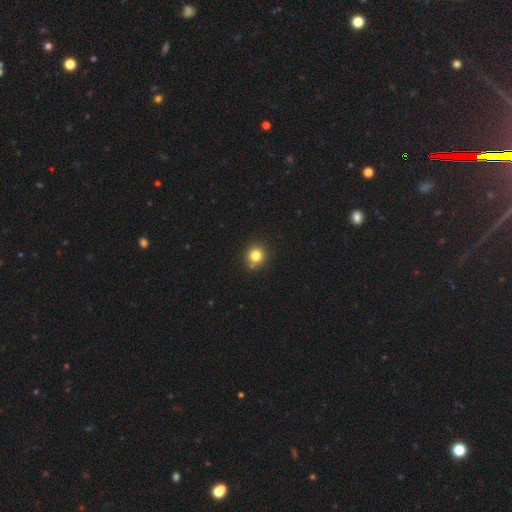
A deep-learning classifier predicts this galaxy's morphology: Smooth or featured? Predicted: smooth (p=0.81). How rounded? Predicted: round (p=0.89). Merging? Predicted: none (p=0.82).